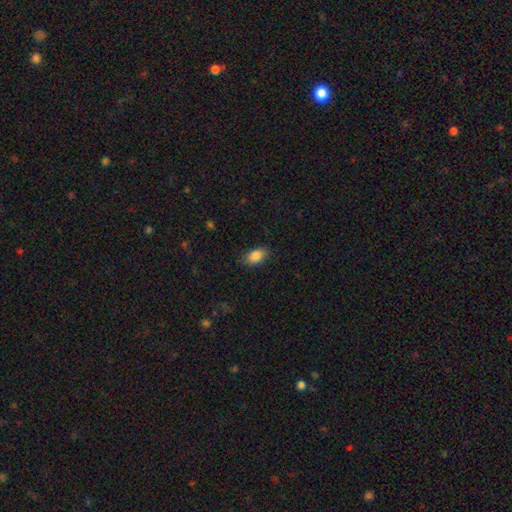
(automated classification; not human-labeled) This appears to be a smooth galaxy with no disk features (87%) that is in between round and cigar-shaped (90%). Merging: none (83%).